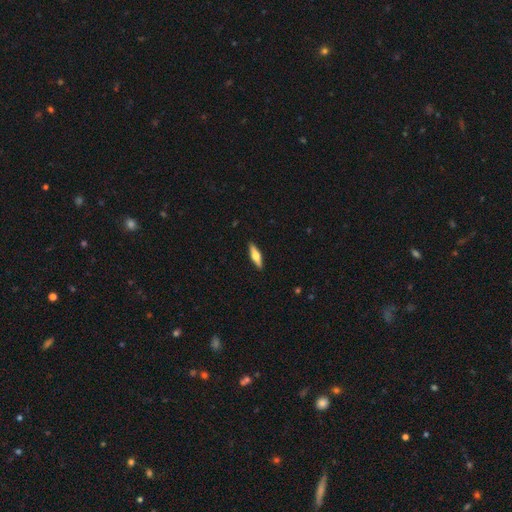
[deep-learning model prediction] Smooth or featured? featured or disk (52%)
Edge-on disk? yes (94%)
Merging? none (91%)